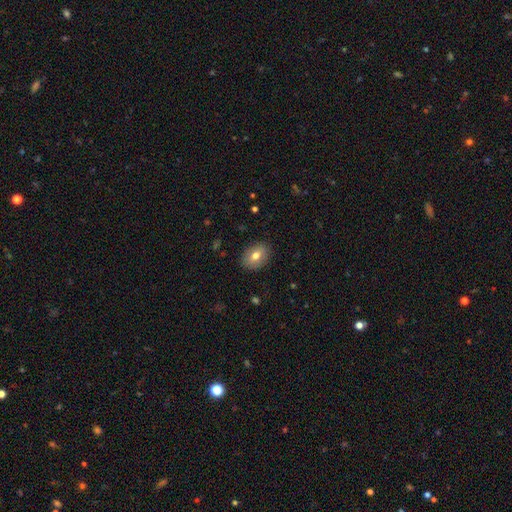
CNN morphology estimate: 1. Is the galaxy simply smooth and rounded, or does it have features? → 73% smooth, 19% featured or disk, 8% star or artifact.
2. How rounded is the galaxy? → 69% in between, 30% round, 1% cigar-shaped.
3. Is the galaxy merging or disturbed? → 87% none, 9% minor disturbance, 2% major disturbance, 1% merger.